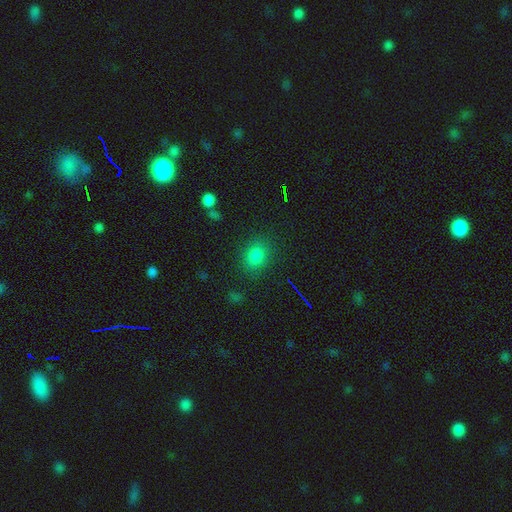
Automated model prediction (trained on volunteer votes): Overall: smooth (79%). How rounded: round (55%; in between 43%). Merging: none (83%).